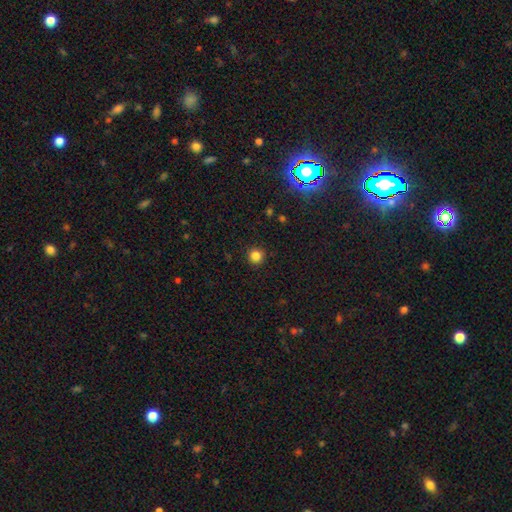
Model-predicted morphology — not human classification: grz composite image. It shows a smooth galaxy with no disk features (82%) that is round (95%). Merging: none (92%).